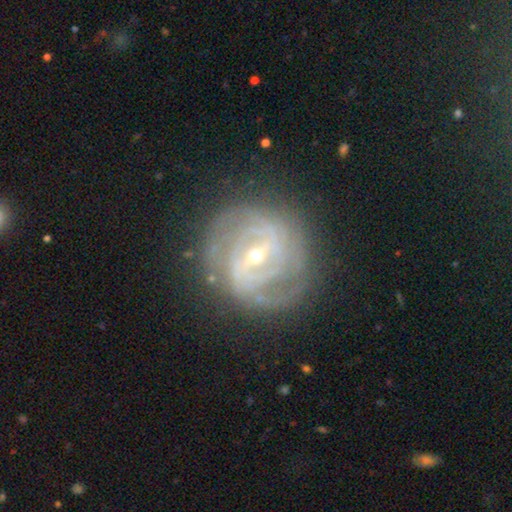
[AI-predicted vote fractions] Overall: featured or disk (86%). Edge-on disk: no (97%). Bar: weak (47%; strong 33%). Spiral arms: yes (93%). Spiral arm count: 2 (35%; can't tell 31%). Spiral winding: tight (65%; medium 29%). Bulge size: small (64%; moderate 33%). Merging: none (76%).